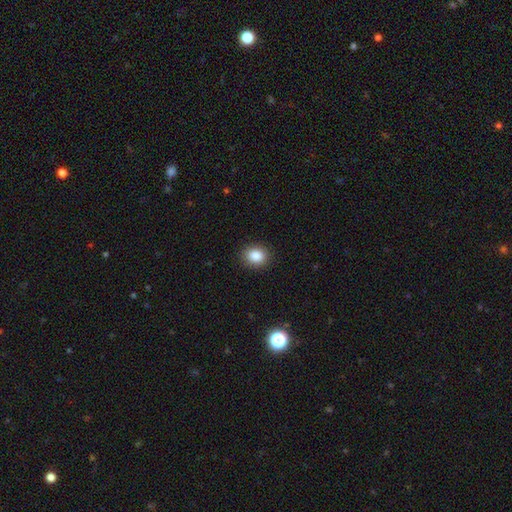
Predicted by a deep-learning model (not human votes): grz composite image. It shows a smooth galaxy with no disk features (87%) that is round (55%). Merging: none (88%).